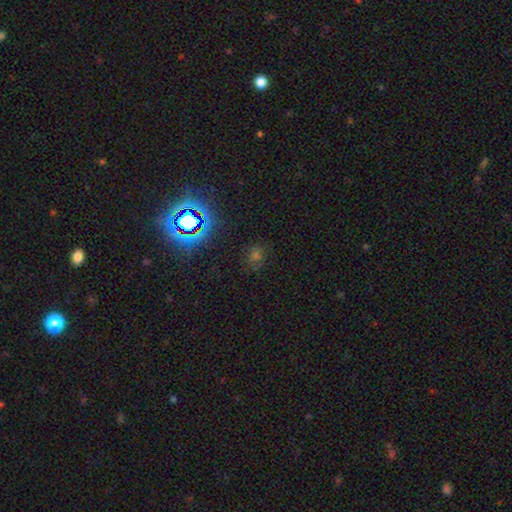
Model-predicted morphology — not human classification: A star or artifact, not a galaxy (49%).

Vote fractions:
- Smooth or featured? star or artifact: 49% / smooth: 42% / featured or disk: 9%